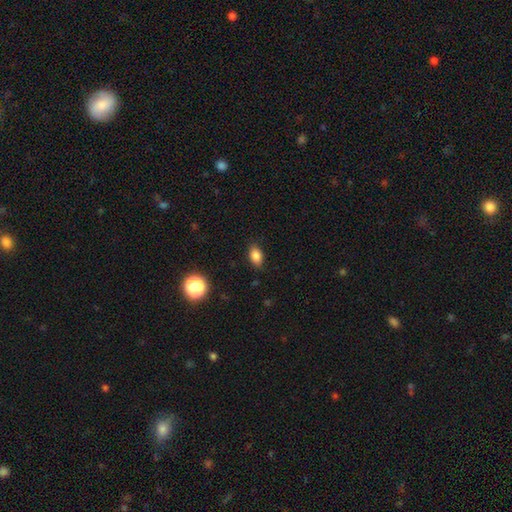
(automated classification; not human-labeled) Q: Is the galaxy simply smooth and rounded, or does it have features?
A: smooth — 83%.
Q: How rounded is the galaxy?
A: in between — 84%.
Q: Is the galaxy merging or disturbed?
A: none — 85%.